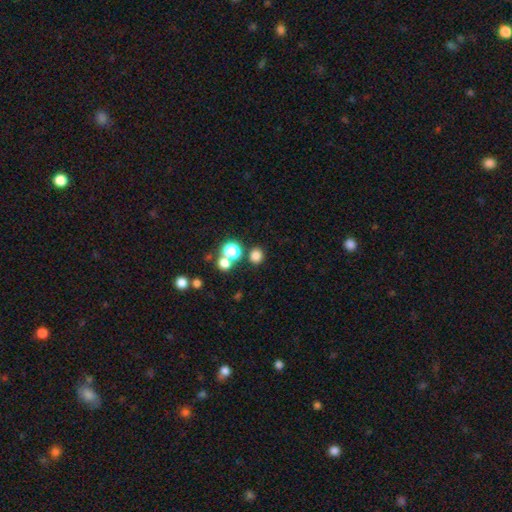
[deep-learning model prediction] This is likely a smooth galaxy (77%). How rounded: clearly round (83%). Merging: clearly none (81%).